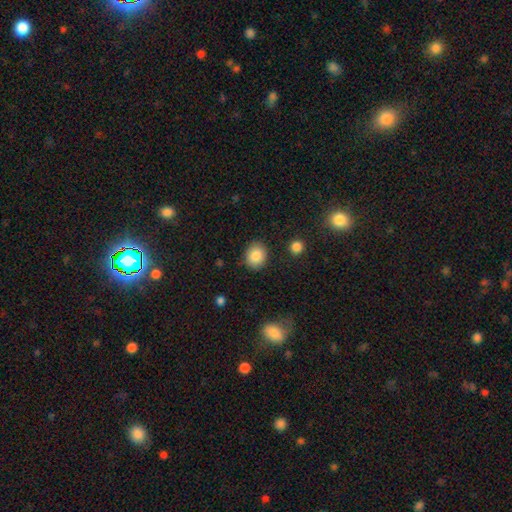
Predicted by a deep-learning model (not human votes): Smooth or featured: smooth — 86% (star or artifact — 8%)
How rounded: round — 64% (in between — 35%)
Merging: none — 85% (minor disturbance — 10%)